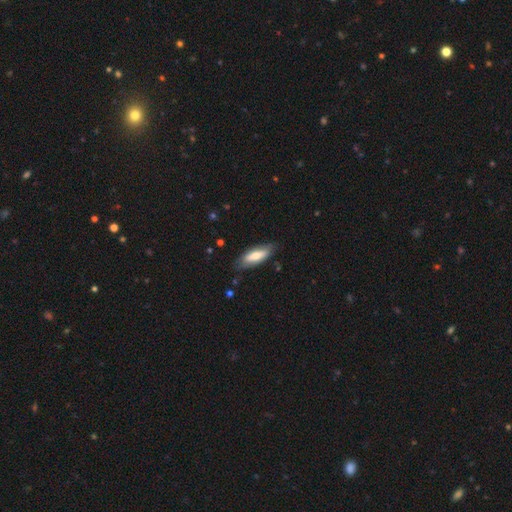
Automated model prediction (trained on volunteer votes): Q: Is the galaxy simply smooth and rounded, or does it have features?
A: smooth — 61%.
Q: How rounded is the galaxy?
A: in between — 64%.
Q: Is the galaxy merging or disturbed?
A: none — 78%.